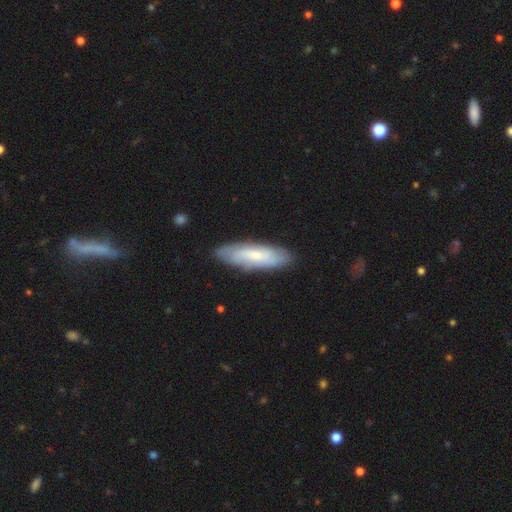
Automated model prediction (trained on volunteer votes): This is possibly a smooth galaxy (50%). Merging: clearly none (84%).